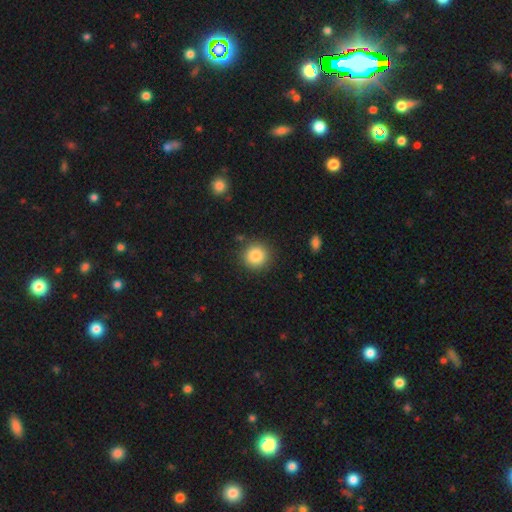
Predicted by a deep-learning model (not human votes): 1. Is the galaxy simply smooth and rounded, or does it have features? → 85% smooth, 10% star or artifact, 5% featured or disk.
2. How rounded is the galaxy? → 93% round, 6% in between, 1% cigar-shaped.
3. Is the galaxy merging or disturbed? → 88% none, 7% minor disturbance, 3% major disturbance, 2% merger.